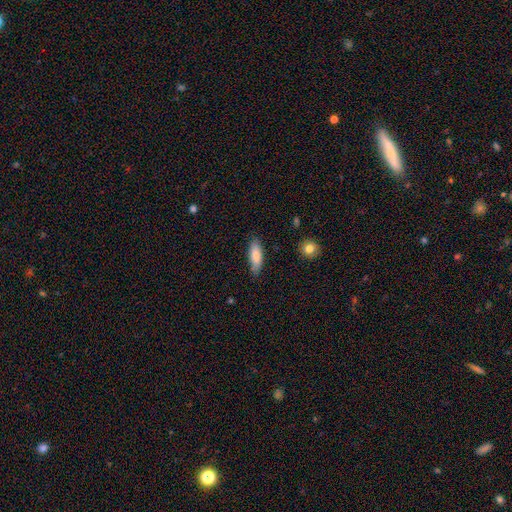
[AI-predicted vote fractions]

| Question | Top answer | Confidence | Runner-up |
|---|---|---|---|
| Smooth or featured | smooth | 82% | featured or disk (12%) |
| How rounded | in between | 59% | cigar-shaped (39%) |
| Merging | none | 78% | minor disturbance (17%) |